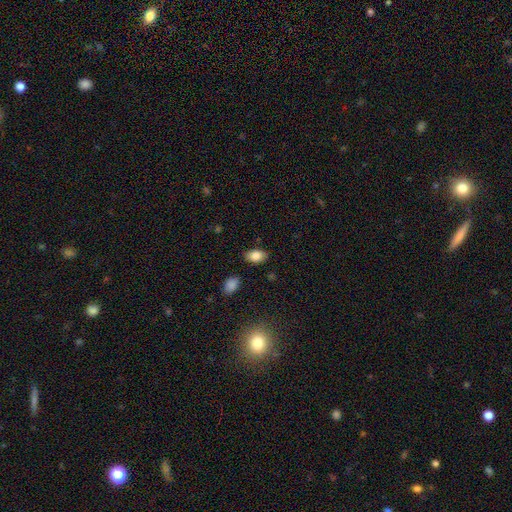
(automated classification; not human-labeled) Q: Smooth or featured?
A: smooth (85%); runner-up: star or artifact (8%)
Q: How rounded?
A: in between (90%); runner-up: round (9%)
Q: Merging?
A: none (84%); runner-up: minor disturbance (11%)